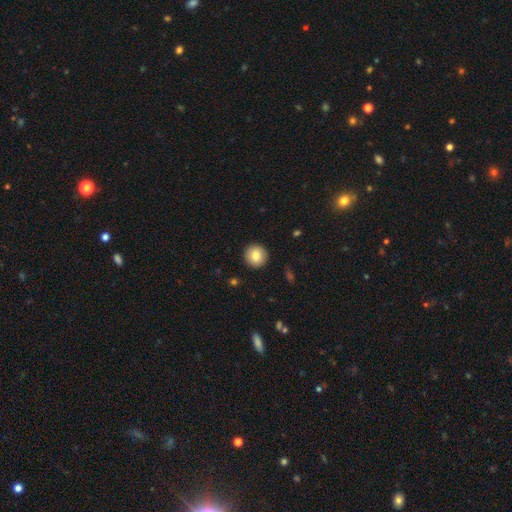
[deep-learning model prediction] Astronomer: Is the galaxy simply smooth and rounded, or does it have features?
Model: smooth — 85%.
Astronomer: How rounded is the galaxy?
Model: round — 93%.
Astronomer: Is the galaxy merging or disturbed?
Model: none — 92%.